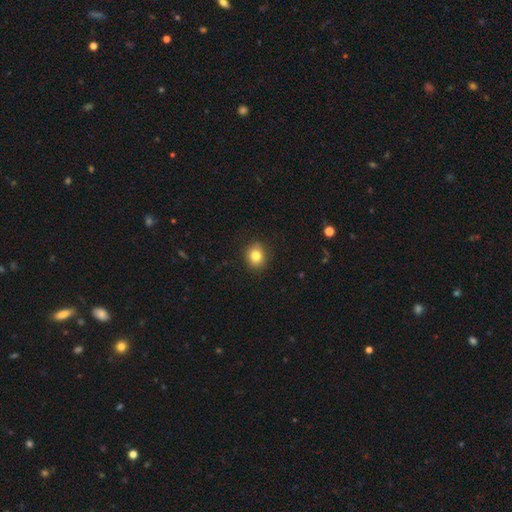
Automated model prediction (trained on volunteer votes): smooth_or_featured: smooth (p=0.82) [alt: star or artifact p=0.11]
how_rounded: round (p=0.67) [alt: in between p=0.32]
merging: none (p=0.88) [alt: minor disturbance p=0.09]